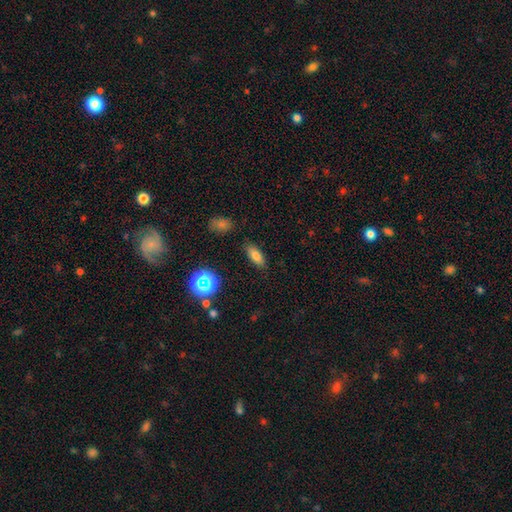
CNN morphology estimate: Q: Smooth or featured?
A: smooth (75%); runner-up: star or artifact (14%)
Q: How rounded?
A: in between (79%); runner-up: cigar-shaped (16%)
Q: Merging?
A: none (85%); runner-up: minor disturbance (10%)